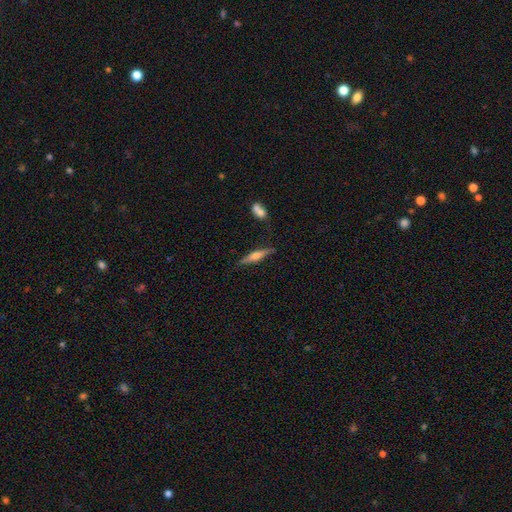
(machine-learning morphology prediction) A featured or disk galaxy (52%) viewed edge-on (95%).

Vote fractions:
- Smooth or featured? featured or disk: 52% / smooth: 41% / star or artifact: 6%
- Edge-on disk? yes: 95% / no: 5%
- Merging? none: 82% / minor disturbance: 12% / merger: 3% / major disturbance: 3%